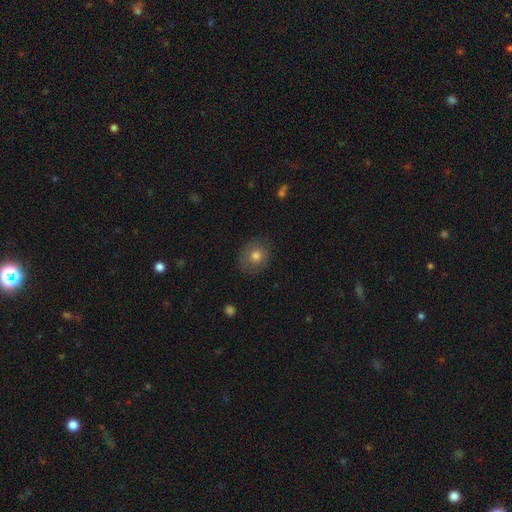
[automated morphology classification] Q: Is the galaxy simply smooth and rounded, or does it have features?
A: smooth — 75%.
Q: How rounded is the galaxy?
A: round — 76%.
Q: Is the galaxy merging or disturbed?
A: none — 83%.